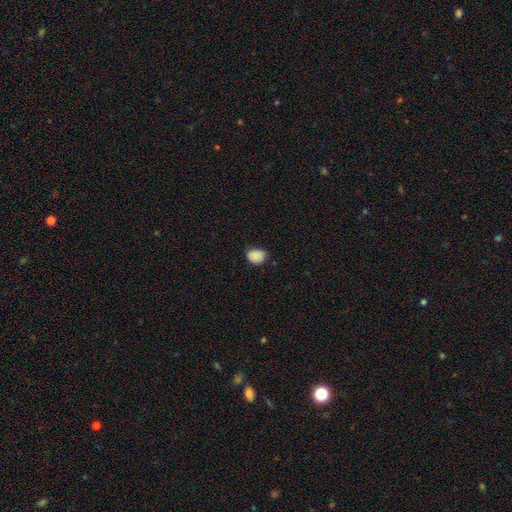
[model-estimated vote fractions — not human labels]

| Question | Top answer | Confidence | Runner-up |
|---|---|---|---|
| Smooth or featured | smooth | 87% | star or artifact (9%) |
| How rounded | round | 56% | in between (43%) |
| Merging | none | 68% | minor disturbance (26%) |